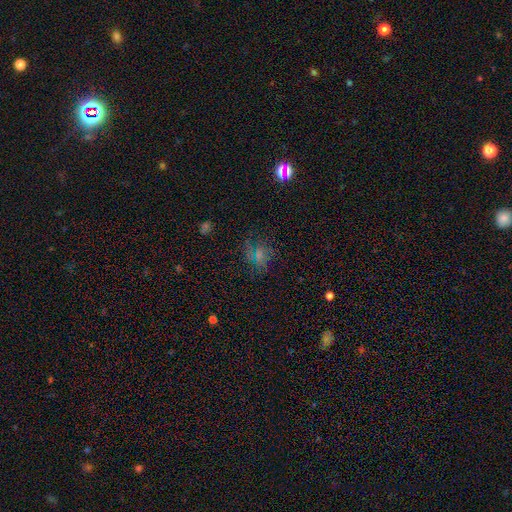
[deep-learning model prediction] A smooth galaxy with no disk features (41%). Merging: none (68%).